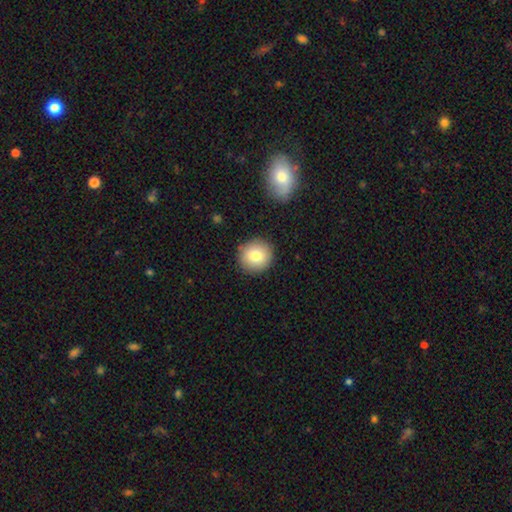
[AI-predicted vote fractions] smooth_or_featured: smooth (p=0.80) [alt: featured or disk p=0.11]
how_rounded: round (p=0.93) [alt: in between p=0.06]
merging: none (p=0.89) [alt: minor disturbance p=0.07]